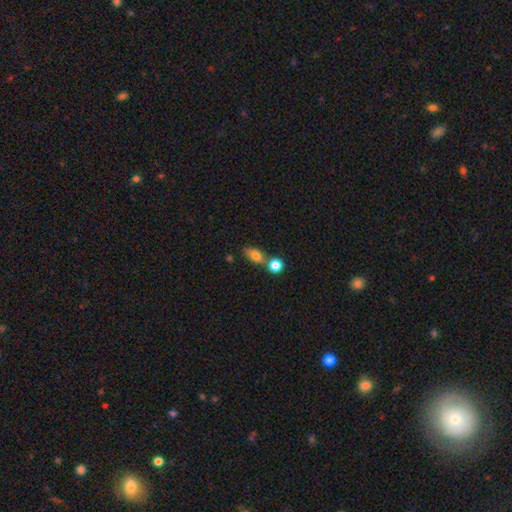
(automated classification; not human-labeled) The model was most divided on "merging": none: 53%, merger: 29%, minor disturbance: 13%, major disturbance: 5%. More confident: smooth or featured — smooth (77%); how rounded — in between (70%).